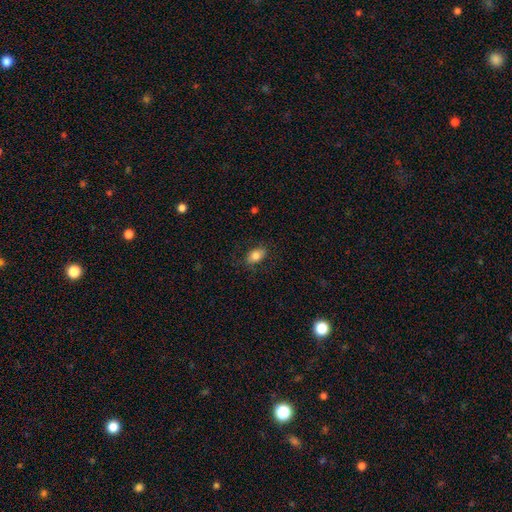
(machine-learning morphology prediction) Smooth or featured: smooth — 81% (featured or disk — 11%)
How rounded: in between — 88% (round — 10%)
Merging: none — 81% (minor disturbance — 14%)